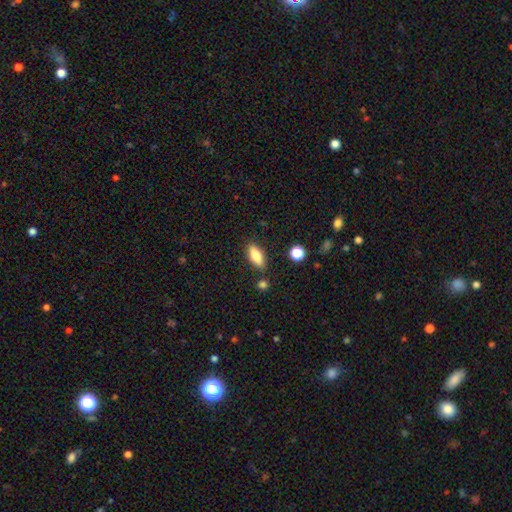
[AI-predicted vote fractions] Morphology: type=smooth (74%); roundness=in between (77%); merging=none (82%).